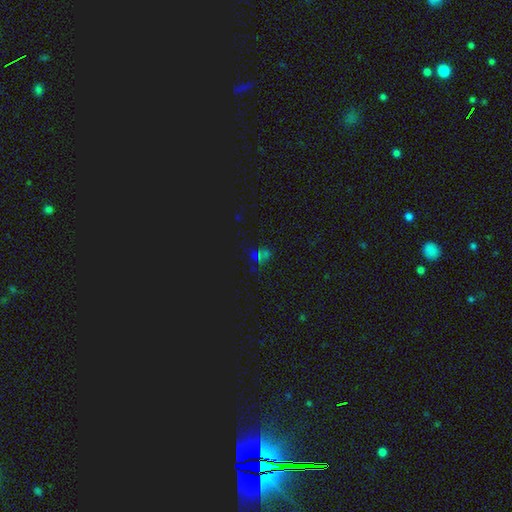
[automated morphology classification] Overall: star or artifact (68%).